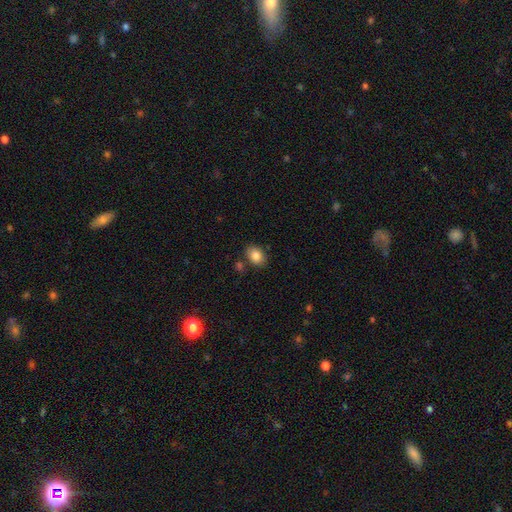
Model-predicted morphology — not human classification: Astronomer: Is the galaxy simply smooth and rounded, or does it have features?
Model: smooth — 85%.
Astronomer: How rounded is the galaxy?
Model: in between — 74%.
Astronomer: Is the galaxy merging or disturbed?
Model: none — 80%.